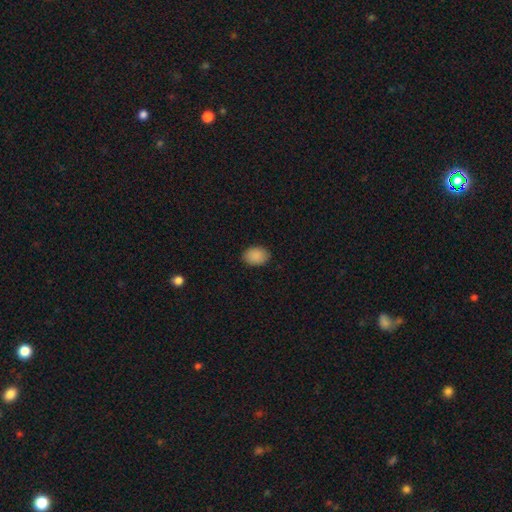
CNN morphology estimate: A smooth galaxy with no disk features (89%) that is in between round and cigar-shaped (76%). Merging: none (88%).